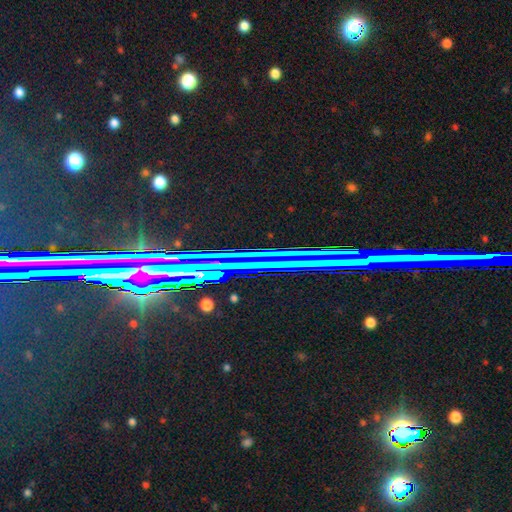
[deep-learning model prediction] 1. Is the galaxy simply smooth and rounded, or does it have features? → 74% star or artifact, 15% featured or disk, 11% smooth.